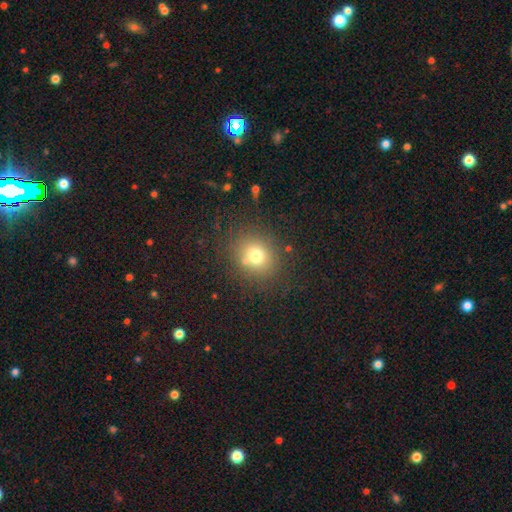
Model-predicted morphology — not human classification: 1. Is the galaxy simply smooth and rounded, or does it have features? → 72% smooth, 16% star or artifact, 12% featured or disk.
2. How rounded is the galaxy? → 77% round, 22% in between, 1% cigar-shaped.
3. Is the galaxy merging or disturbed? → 80% none, 11% minor disturbance, 5% major disturbance, 4% merger.